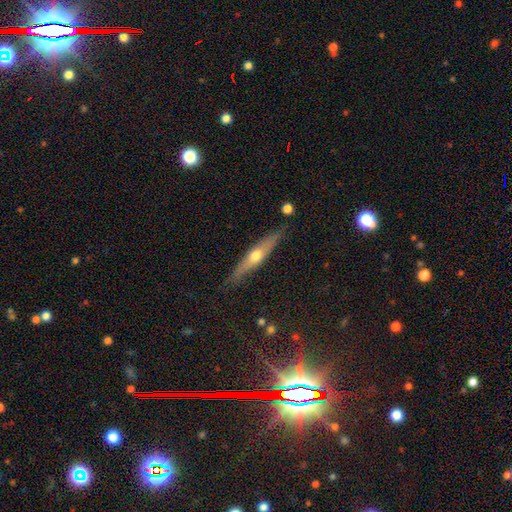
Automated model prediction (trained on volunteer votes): featured or disk 60%, smooth 34%, star or artifact 6%. Down the decision tree: edge-on disk — yes (91%); edge-on bulge — rounded (89%); merging — none (84%).